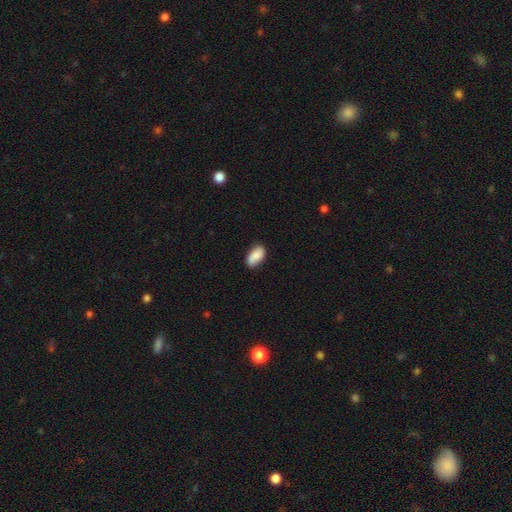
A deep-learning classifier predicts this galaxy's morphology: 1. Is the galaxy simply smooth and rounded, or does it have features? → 86% smooth, 7% featured or disk, 7% star or artifact.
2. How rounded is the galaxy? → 93% in between, 3% cigar-shaped, 3% round.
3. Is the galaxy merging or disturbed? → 79% none, 17% minor disturbance, 3% major disturbance, 1% merger.